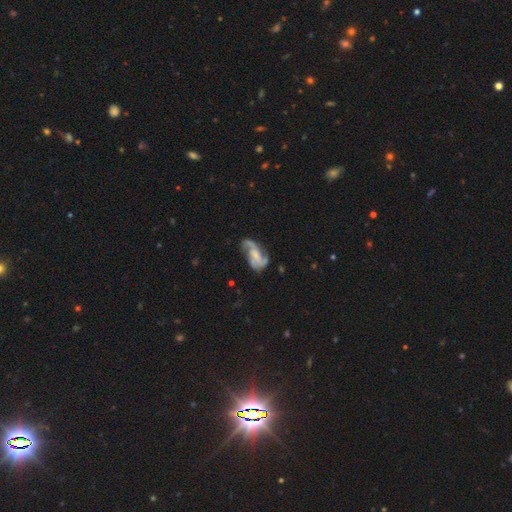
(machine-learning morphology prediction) The model was most divided on "spiral winding": loose: 46%, medium: 41%, tight: 13%. Remaining: edge-on disk — no (96%); spiral arms — yes (92%); smooth or featured — featured or disk (79%); spiral arm count — 2 (53%); bar — no (50%); bulge size — small (49%); merging — none (49%).